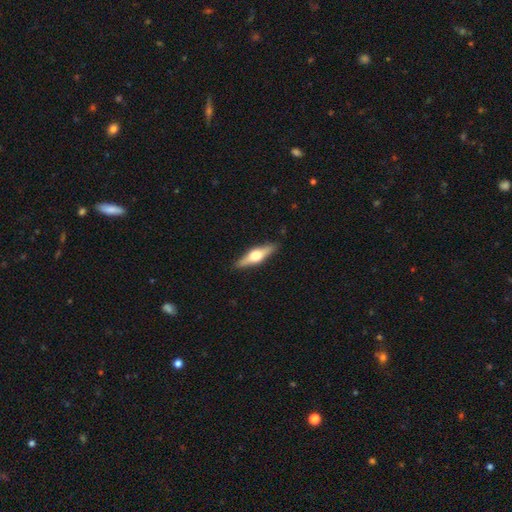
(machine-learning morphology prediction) Overall: featured or disk (63%; smooth 32%). Edge-on disk: yes (96%). Edge-on bulge: rounded (95%). Merging: none (90%).